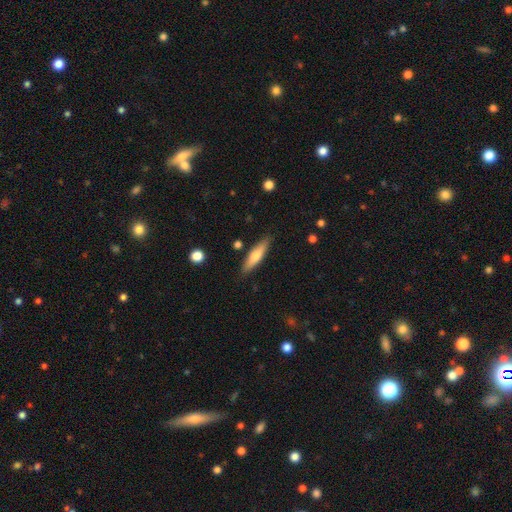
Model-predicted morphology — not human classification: smooth 62%, featured or disk 32%, star or artifact 6%. Down the decision tree: how rounded — cigar-shaped (73%); merging — none (86%).